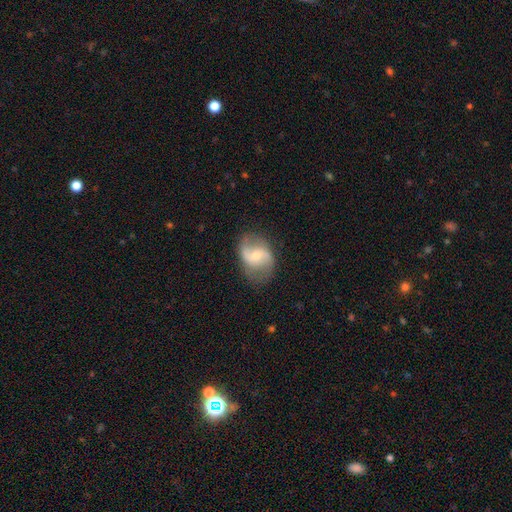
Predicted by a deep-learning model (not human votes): smooth_or_featured: featured or disk (p=0.75) [alt: smooth p=0.19]
disk_edge_on: no (p=0.97) [alt: yes p=0.03]
bar: weak (p=0.48) [alt: no p=0.38]
has_spiral_arms: yes (p=0.92) [alt: no p=0.08]
spiral_winding: loose (p=0.51) [alt: medium p=0.39]
spiral_arm_count: 2 (p=0.88) [alt: can't tell p=0.05]
bulge_size: moderate (p=0.52) [alt: small p=0.41]
merging: none (p=0.72) [alt: minor disturbance p=0.18]